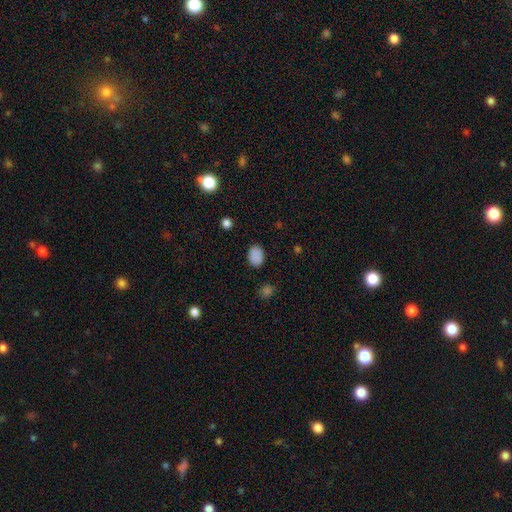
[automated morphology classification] smooth_or_featured: smooth (p=0.86) [alt: star or artifact p=0.10]
how_rounded: in between (p=0.78) [alt: round p=0.21]
merging: none (p=0.84) [alt: minor disturbance p=0.11]